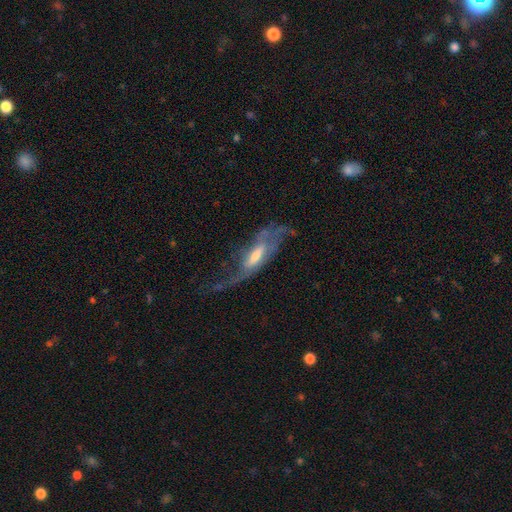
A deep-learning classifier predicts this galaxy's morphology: Smooth or featured? featured or disk (68%)
Edge-on disk? no (75%)
Bar? weak (43%)
Spiral arms? yes (76%)
Bulge size? moderate (54%)
Merging? major disturbance (43%)